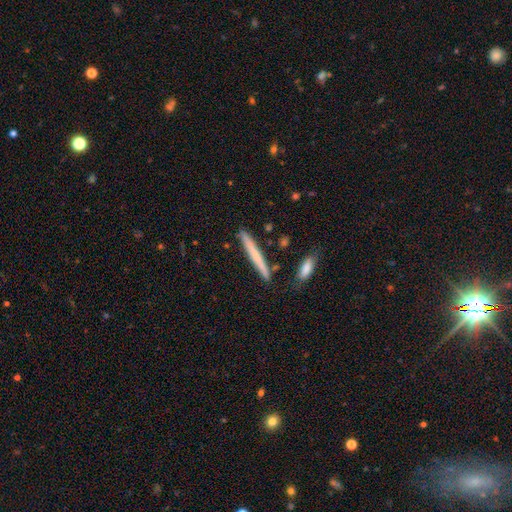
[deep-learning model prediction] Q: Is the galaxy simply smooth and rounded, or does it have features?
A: smooth — 61%.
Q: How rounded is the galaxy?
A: cigar-shaped — 96%.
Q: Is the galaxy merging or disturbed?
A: none — 86%.